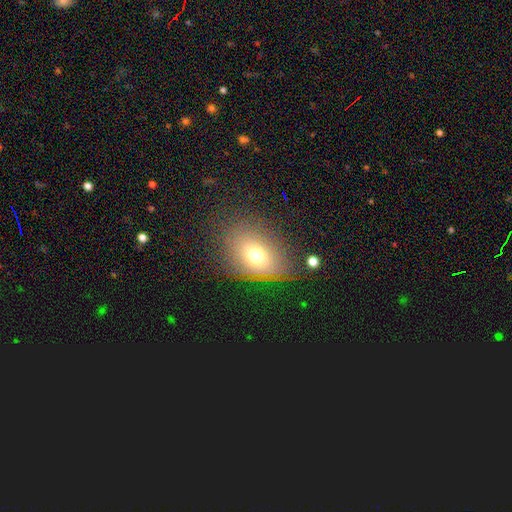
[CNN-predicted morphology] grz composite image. It shows a smooth galaxy with no disk features (64%) that is in between round and cigar-shaped (68%). Merging: none (74%).